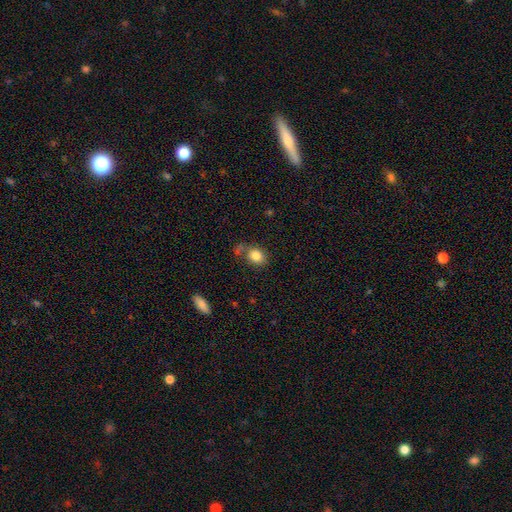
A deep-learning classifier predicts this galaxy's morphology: Smooth or featured: smooth — 83% (star or artifact — 10%)
How rounded: round — 52% (in between — 47%)
Merging: none — 66% (minor disturbance — 16%)